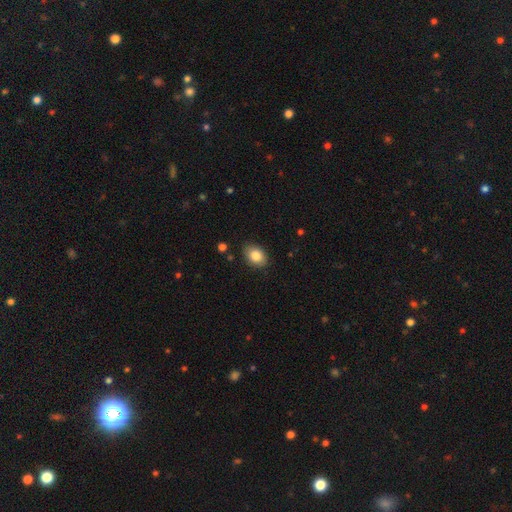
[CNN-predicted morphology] Smooth or featured: smooth — 85% (star or artifact — 8%)
How rounded: in between — 74% (round — 25%)
Merging: none — 84% (minor disturbance — 12%)